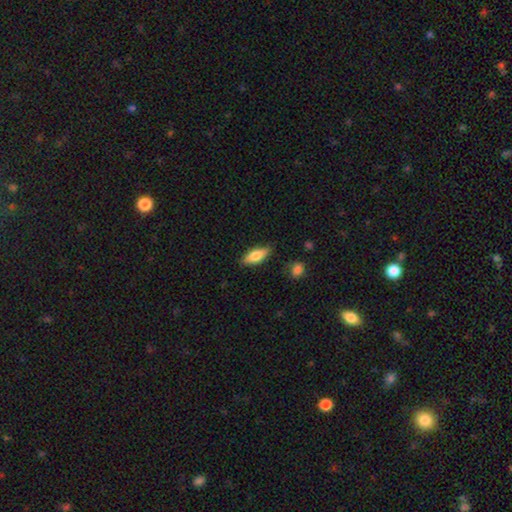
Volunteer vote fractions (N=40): smooth-or-featured: smooth: 68% | featured or disk: 22% | star or artifact: 10%
  how-rounded: in between: 78% | cigar-shaped: 22% | round: 0%
  merging: none: 75% | minor disturbance: 22% | major disturbance: 3% | merger: 0%